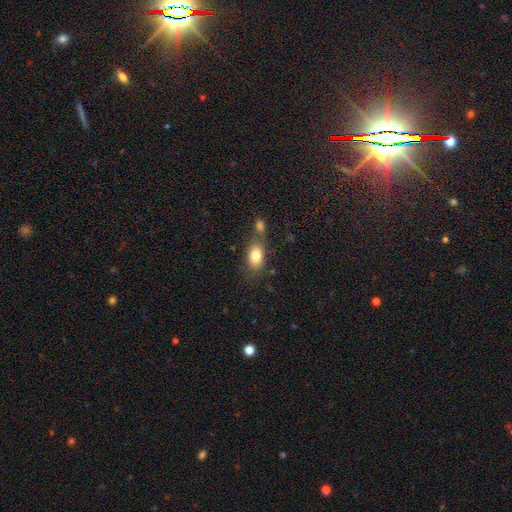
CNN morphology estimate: Smooth or featured: smooth — 81% (featured or disk — 11%)
How rounded: in between — 86% (round — 11%)
Merging: none — 55% (merger — 24%)